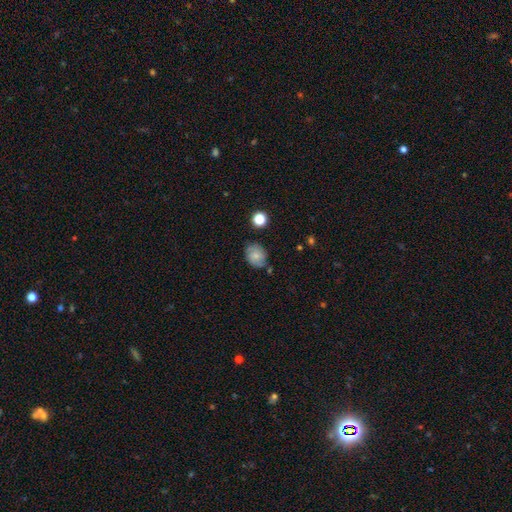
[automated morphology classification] A smooth galaxy with no disk features (66%) that is round (51%).

Vote fractions:
- Smooth or featured? smooth: 66% / featured or disk: 24% / star or artifact: 10%
- How rounded? round: 51% / in between: 48% / cigar-shaped: 1%
- Merging? none: 69% / minor disturbance: 21% / merger: 5% / major disturbance: 5%